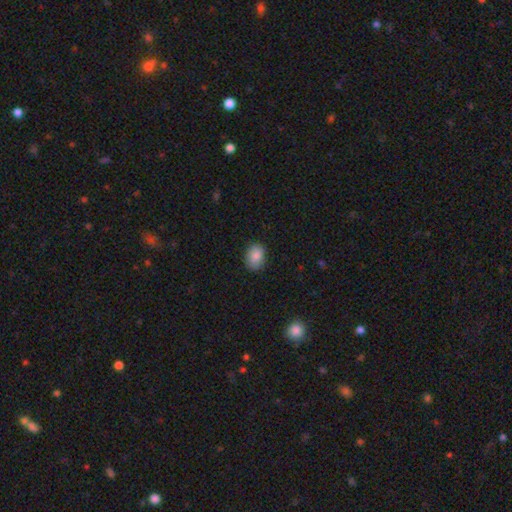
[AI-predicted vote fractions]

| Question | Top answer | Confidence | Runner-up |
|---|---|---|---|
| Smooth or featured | smooth | 84% | featured or disk (8%) |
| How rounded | in between | 70% | round (29%) |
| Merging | none | 83% | minor disturbance (13%) |